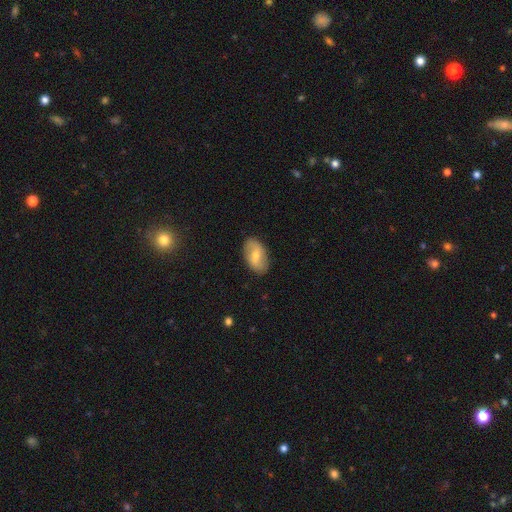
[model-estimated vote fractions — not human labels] This is possibly a smooth galaxy (53%). How rounded: clearly in between (92%). Merging: clearly none (85%).